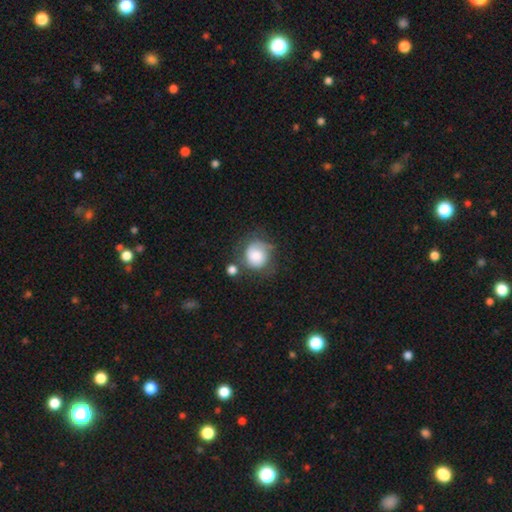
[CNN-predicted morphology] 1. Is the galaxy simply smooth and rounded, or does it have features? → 66% smooth, 26% featured or disk, 8% star or artifact.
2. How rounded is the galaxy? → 78% round, 21% in between, 1% cigar-shaped.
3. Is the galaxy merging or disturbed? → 49% none, 27% minor disturbance, 15% major disturbance, 9% merger.